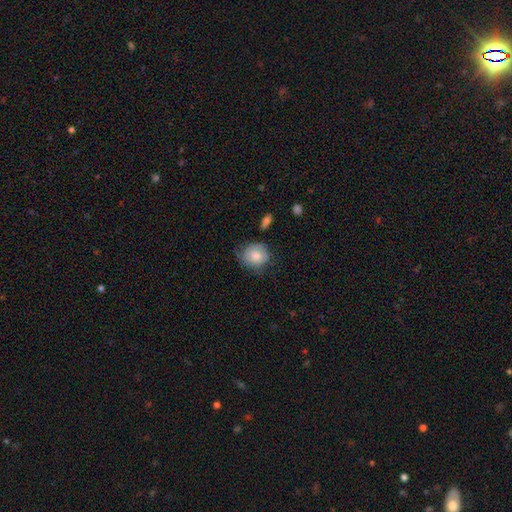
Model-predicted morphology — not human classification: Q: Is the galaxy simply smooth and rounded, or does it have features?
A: smooth — 77%.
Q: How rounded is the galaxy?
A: round — 80%.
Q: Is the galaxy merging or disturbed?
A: none — 60%.